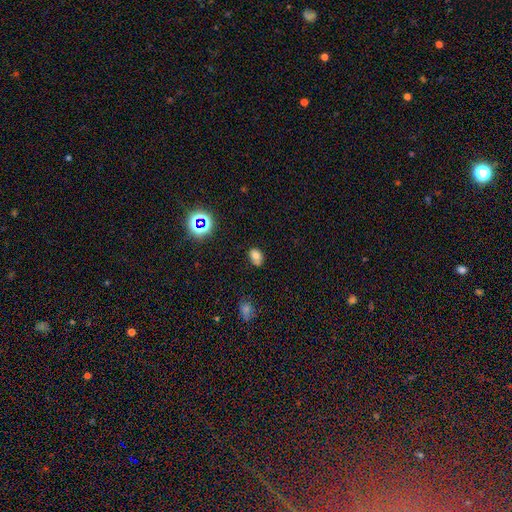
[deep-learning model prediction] Smooth or featured: smooth — 74% (star or artifact — 16%)
How rounded: in between — 78% (round — 21%)
Merging: none — 72% (minor disturbance — 21%)